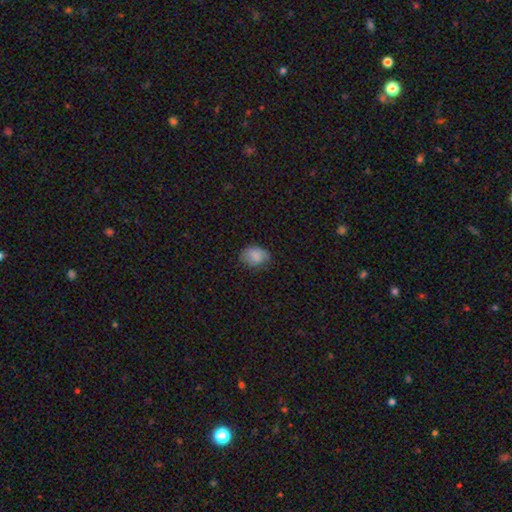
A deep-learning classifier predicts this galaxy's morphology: smooth 84%, star or artifact 9%, featured or disk 7%. Down the decision tree: how rounded — in between (69%); merging — none (70%).